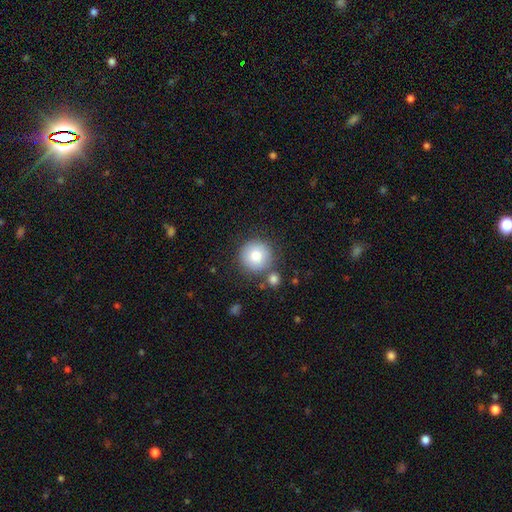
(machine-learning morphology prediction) Smooth or featured? smooth (80%)
How rounded? round (95%)
Merging? none (78%)